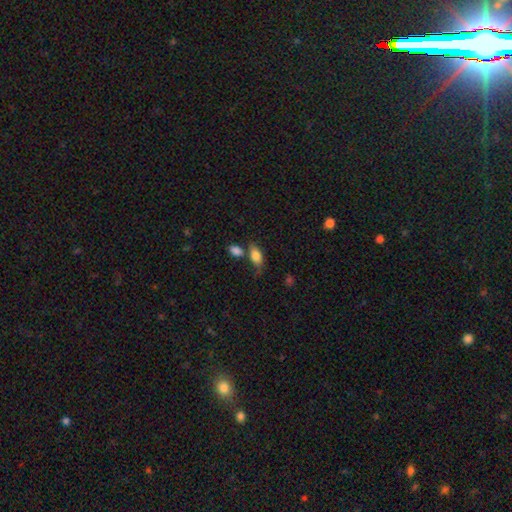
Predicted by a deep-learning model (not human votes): Smooth or featured? Predicted: smooth (p=0.80). How rounded? Predicted: in between (p=0.88). Merging? Predicted: none (p=0.50).